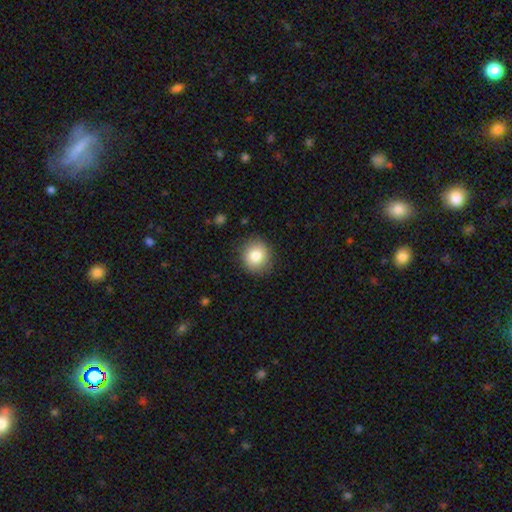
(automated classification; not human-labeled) Morphology: type=smooth (83%); roundness=round (86%); merging=none (87%).